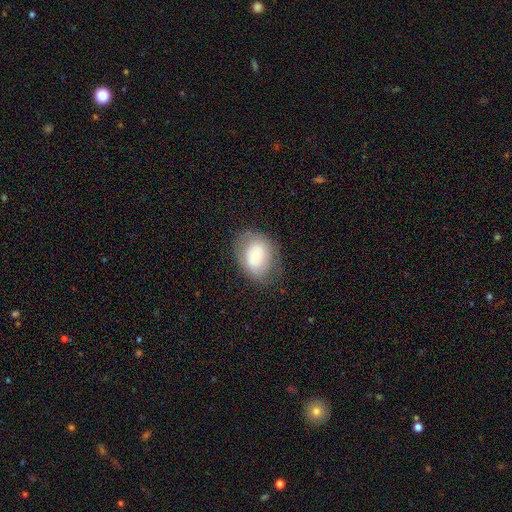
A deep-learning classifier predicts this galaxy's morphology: This appears to be a smooth galaxy with no disk features (62%) that is in between round and cigar-shaped (55%). Merging: none (71%).